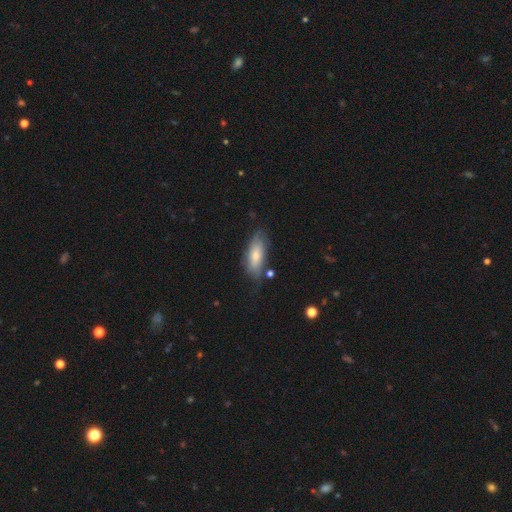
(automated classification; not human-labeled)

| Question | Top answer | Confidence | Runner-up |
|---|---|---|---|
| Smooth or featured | smooth | 68% | featured or disk (26%) |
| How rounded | in between | 77% | cigar-shaped (20%) |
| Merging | none | 63% | minor disturbance (26%) |